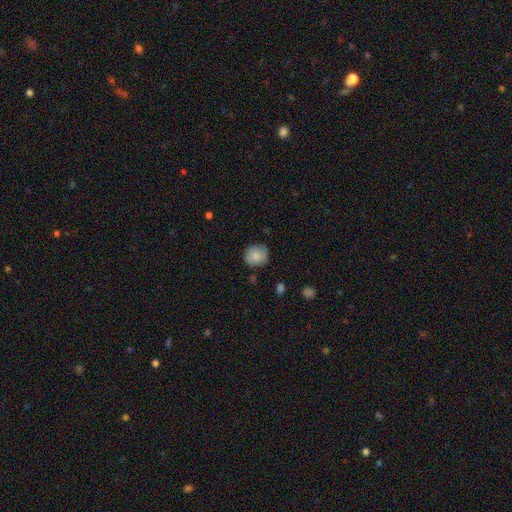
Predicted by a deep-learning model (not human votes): smooth 81%, featured or disk 12%, star or artifact 7%. Down the decision tree: how rounded — round (85%); merging — none (78%).